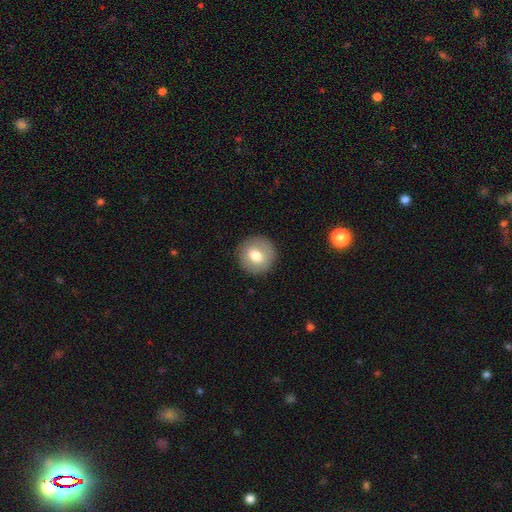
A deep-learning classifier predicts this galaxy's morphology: Smooth or featured? smooth (72%)
How rounded? round (92%)
Merging? none (89%)